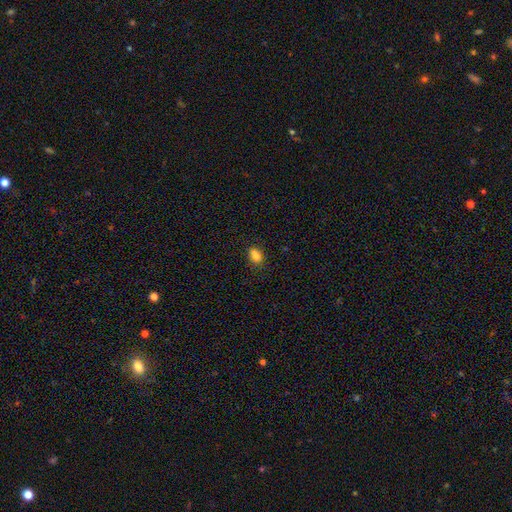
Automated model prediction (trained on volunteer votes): A smooth galaxy with no disk features (82%) that is in between round and cigar-shaped (73%). Merging: none (79%).